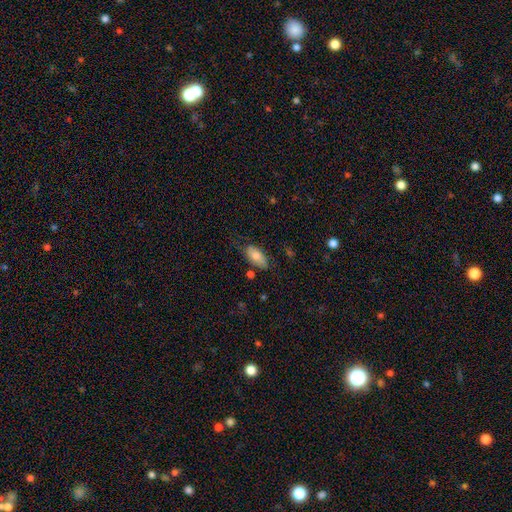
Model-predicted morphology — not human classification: Overall: smooth (73%). How rounded: in between (91%). Merging: none (64%; minor disturbance 25%).